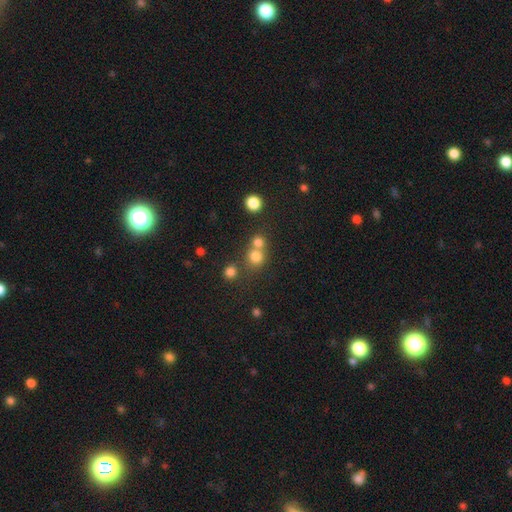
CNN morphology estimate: Smooth or featured? smooth (76%)
How rounded? round (87%)
Merging? none (50%)